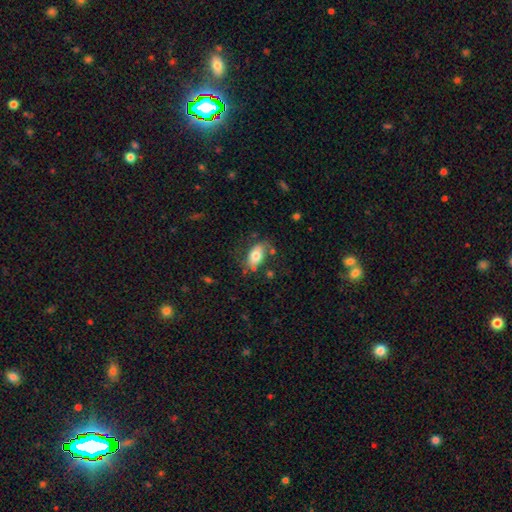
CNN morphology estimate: Overall: smooth (71%). How rounded: in between (91%). Merging: none (63%).